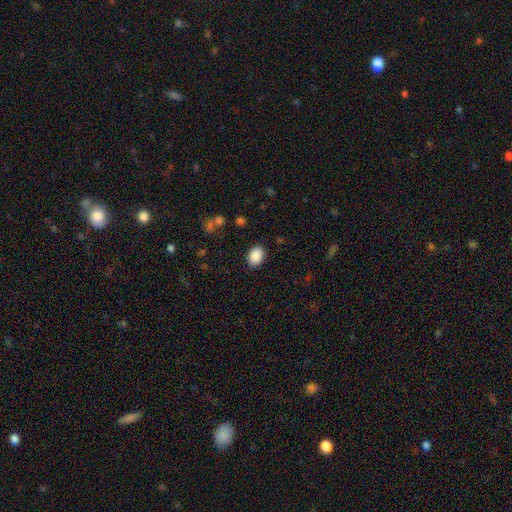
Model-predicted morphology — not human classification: This appears to be a smooth galaxy with no disk features (89%) that is in between round and cigar-shaped (79%). Merging: none (87%).